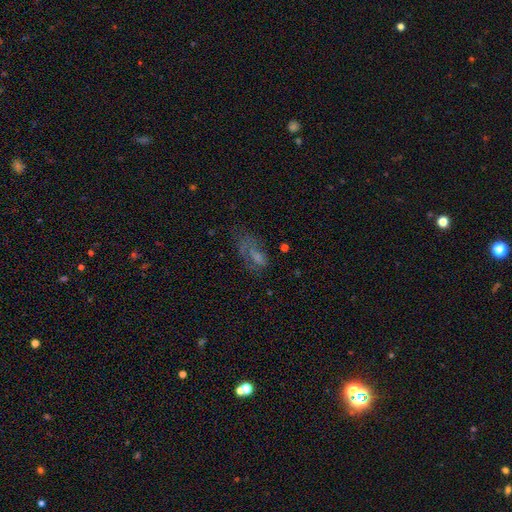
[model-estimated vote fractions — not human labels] Smooth or featured: smooth — 45% (featured or disk — 34%)
Merging: major disturbance — 38% (none — 36%)